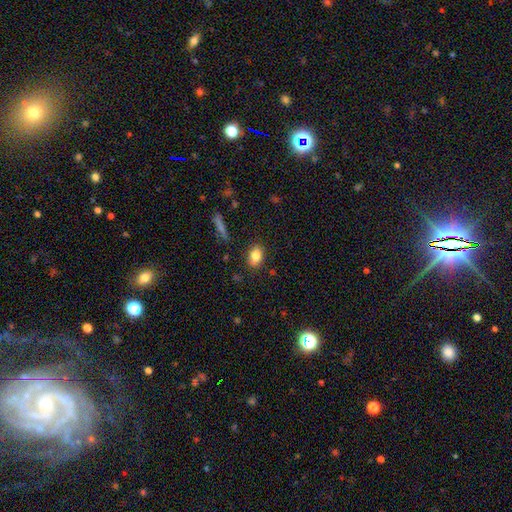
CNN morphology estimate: This appears to be a smooth galaxy with no disk features (80%) that is in between round and cigar-shaped (80%). Merging: none (84%).